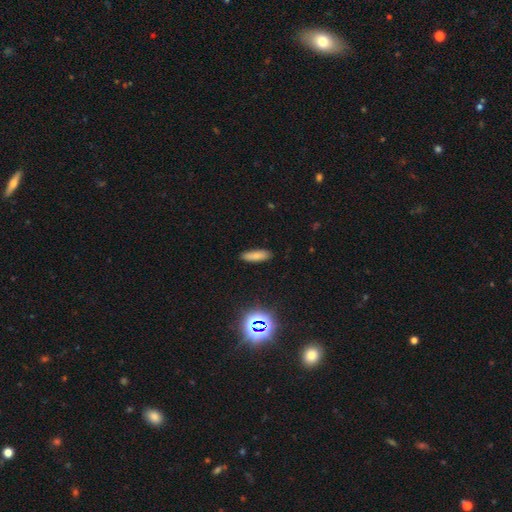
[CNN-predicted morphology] smooth 77%, star or artifact 14%, featured or disk 9%. Down the decision tree: how rounded — cigar-shaped (51%); merging — none (87%).